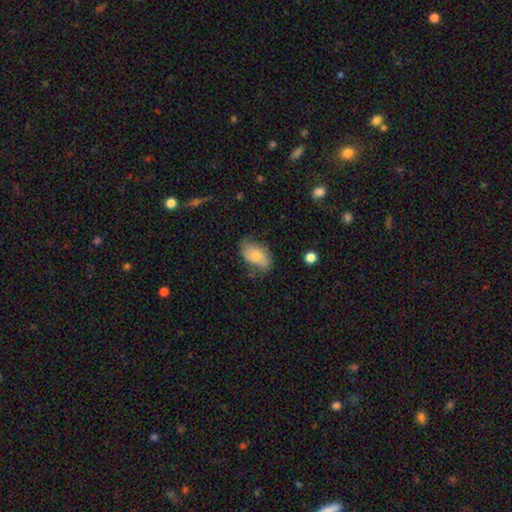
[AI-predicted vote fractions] This appears to be a smooth galaxy with no disk features (63%) that is in between round and cigar-shaped (91%). Merging: none (62%).